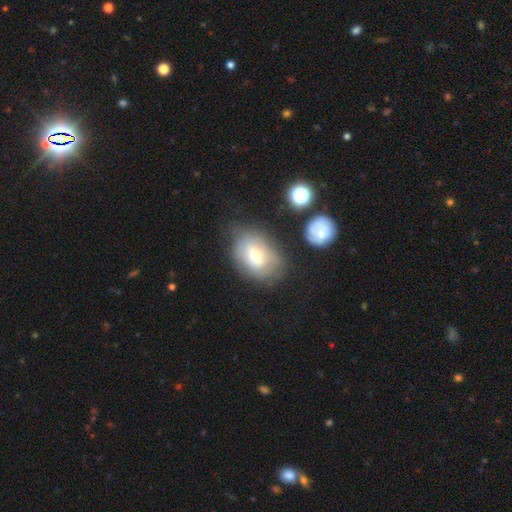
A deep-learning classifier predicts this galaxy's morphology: smooth 58%, featured or disk 32%, star or artifact 10%. Down the decision tree: how rounded — in between (79%); merging — none (61%).